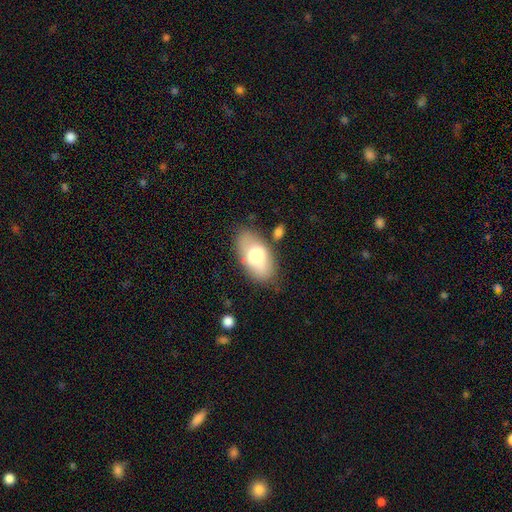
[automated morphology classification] A smooth galaxy with no disk features (68%) that is in between round and cigar-shaped (92%).

Vote fractions:
- Smooth or featured? smooth: 68% / featured or disk: 25% / star or artifact: 7%
- How rounded? in between: 92% / round: 5% / cigar-shaped: 3%
- Merging? none: 71% / minor disturbance: 18% / major disturbance: 6% / merger: 6%